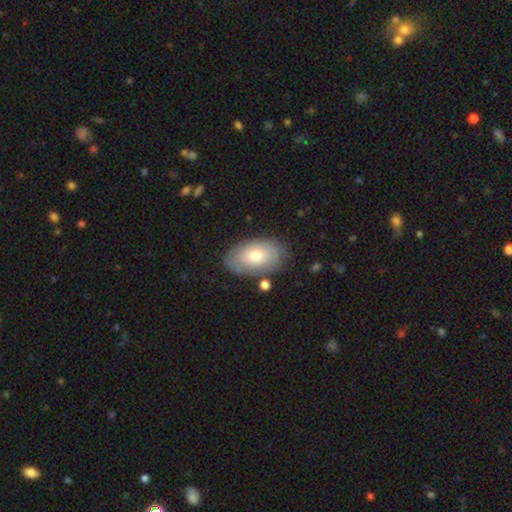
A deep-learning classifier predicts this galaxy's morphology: A smooth galaxy with no disk features (61%) that is in between round and cigar-shaped (91%). Merging: none (77%).